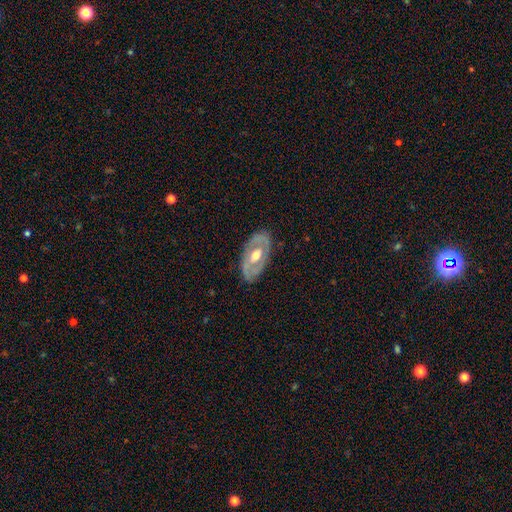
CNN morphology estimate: Smooth or featured? Predicted: featured or disk (p=0.68). Edge-on disk? Predicted: no (p=0.89). Bar? Predicted: no (p=0.58). Spiral arms? Predicted: no (p=0.61). Bulge size? Predicted: moderate (p=0.73). Merging? Predicted: none (p=0.81).